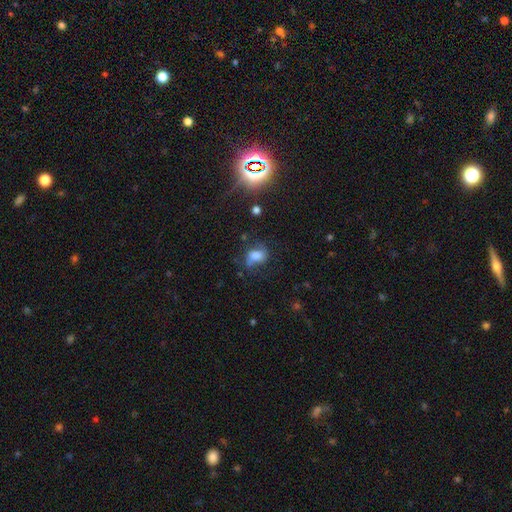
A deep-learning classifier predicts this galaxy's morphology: Q: Smooth or featured?
A: smooth (62%); runner-up: featured or disk (23%)
Q: How rounded?
A: in between (68%); runner-up: round (30%)
Q: Merging?
A: none (46%); runner-up: minor disturbance (27%)